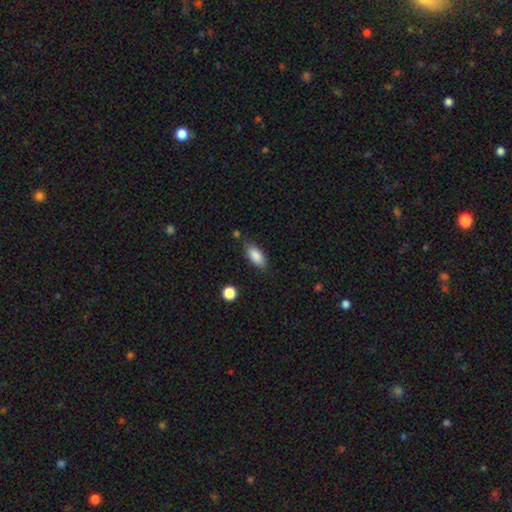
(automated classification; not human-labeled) Overall: smooth (87%). How rounded: in between (86%). Merging: none (75%).